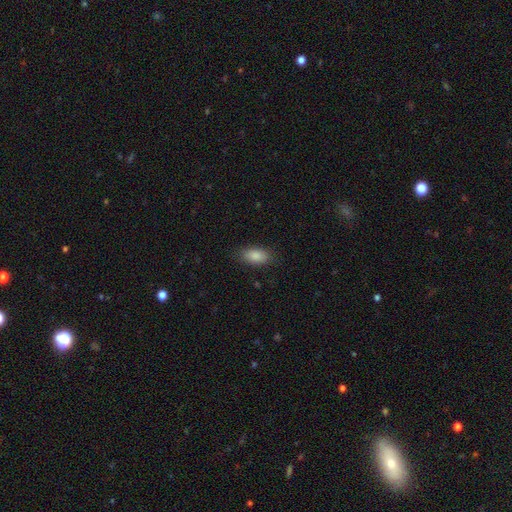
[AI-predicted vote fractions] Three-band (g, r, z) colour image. It shows a smooth galaxy with no disk features (87%) that is in between round and cigar-shaped (91%). Merging: none (85%).